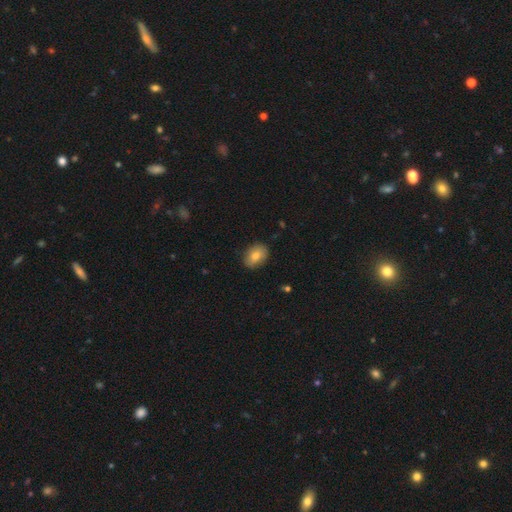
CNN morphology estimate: Smooth or featured? Predicted: smooth (p=0.78). How rounded? Predicted: in between (p=0.77). Merging? Predicted: none (p=0.84).